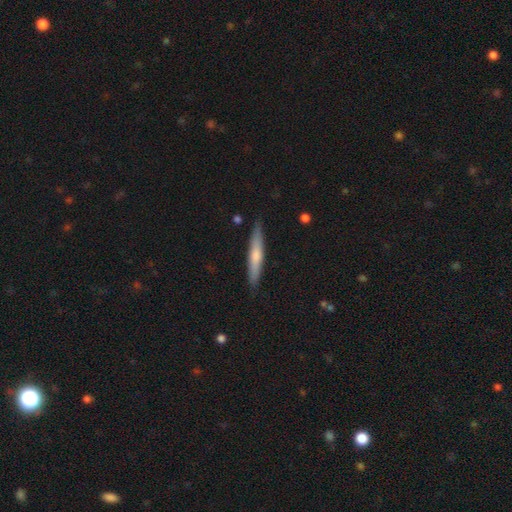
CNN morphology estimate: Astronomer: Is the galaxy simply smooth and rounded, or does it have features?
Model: smooth — 53% (runner-up: featured or disk, 41%).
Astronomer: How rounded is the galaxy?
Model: cigar-shaped — 92%.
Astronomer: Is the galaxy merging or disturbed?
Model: none — 88%.